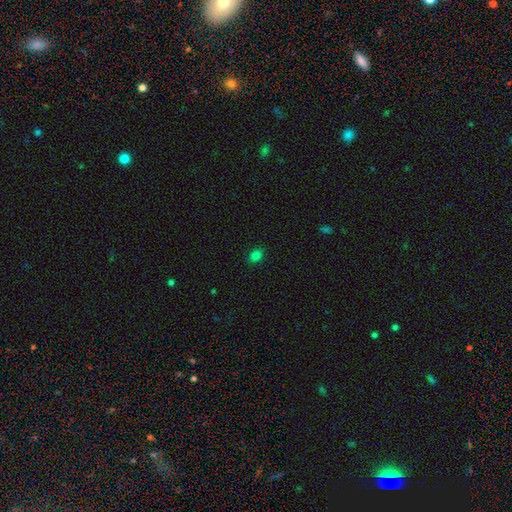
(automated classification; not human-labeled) smooth_or_featured: smooth (p=0.81) [alt: star or artifact p=0.15]
how_rounded: in between (p=0.61) [alt: round p=0.38]
merging: none (p=0.88) [alt: minor disturbance p=0.09]